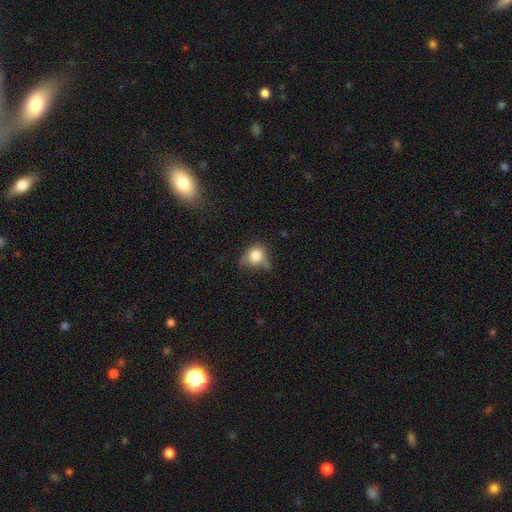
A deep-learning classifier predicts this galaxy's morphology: Smooth or featured? Predicted: smooth (p=0.78). How rounded? Predicted: round (p=0.71). Merging? Predicted: none (p=0.47).